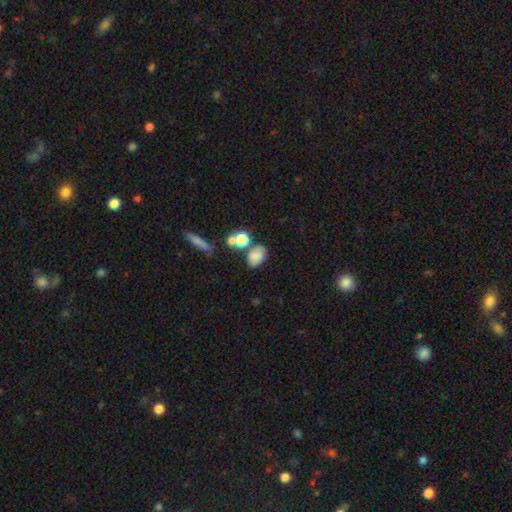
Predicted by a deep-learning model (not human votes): smooth_or_featured: smooth (p=0.74) [alt: featured or disk p=0.13]
how_rounded: in between (p=0.77) [alt: round p=0.21]
merging: none (p=0.58) [alt: minor disturbance p=0.18]